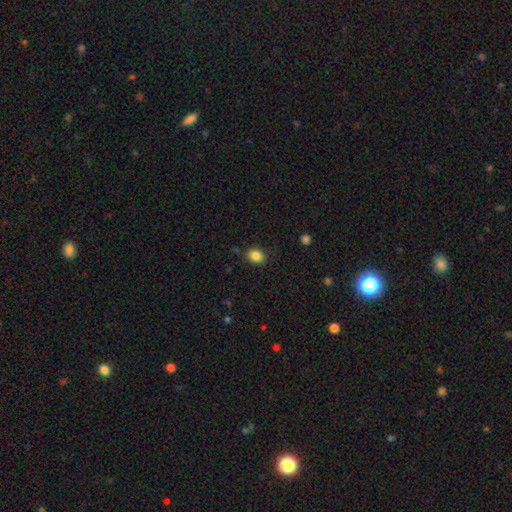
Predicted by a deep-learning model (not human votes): smooth_or_featured: smooth (p=0.85) [alt: star or artifact p=0.10]
how_rounded: round (p=0.58) [alt: in between p=0.42]
merging: none (p=0.87) [alt: minor disturbance p=0.09]